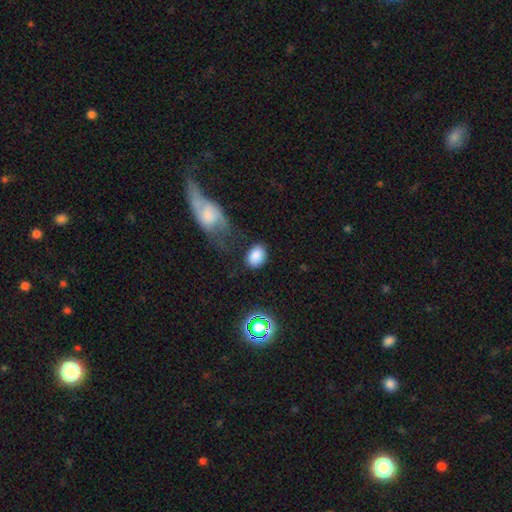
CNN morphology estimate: This is clearly a smooth galaxy (84%). How rounded: likely in between (66%). Merging: likely none (73%).